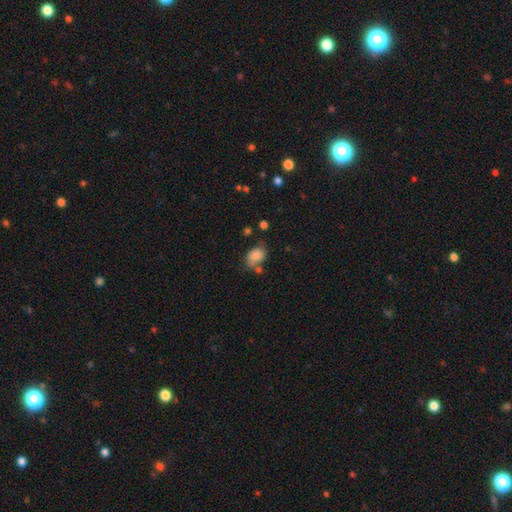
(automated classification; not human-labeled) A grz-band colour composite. It shows a smooth galaxy with no disk features (80%) that is in between round and cigar-shaped (74%). Merging: none (49%).